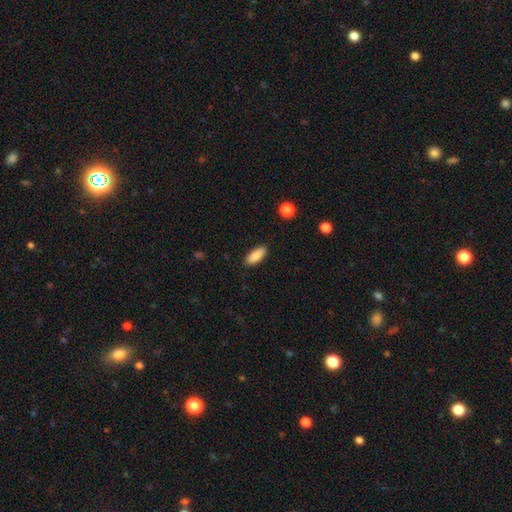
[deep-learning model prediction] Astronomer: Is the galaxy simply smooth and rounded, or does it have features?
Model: smooth — 86%.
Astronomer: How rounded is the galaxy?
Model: in between — 78%.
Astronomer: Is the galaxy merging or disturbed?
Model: none — 88%.